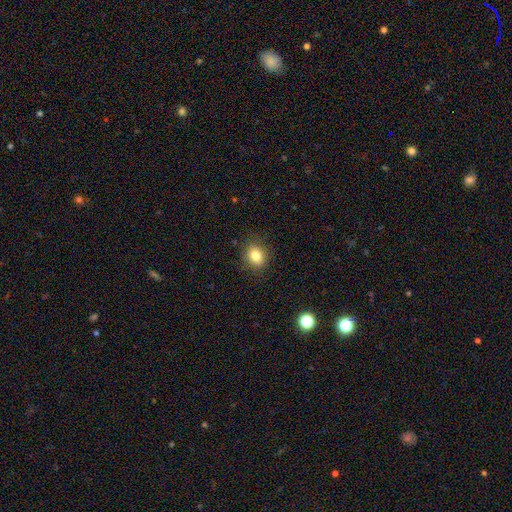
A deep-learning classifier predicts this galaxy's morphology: The model was most divided on "how rounded": round: 56%, in between: 43%, cigar-shaped: 1%. More confident: merging — none (86%); smooth or featured — smooth (81%).